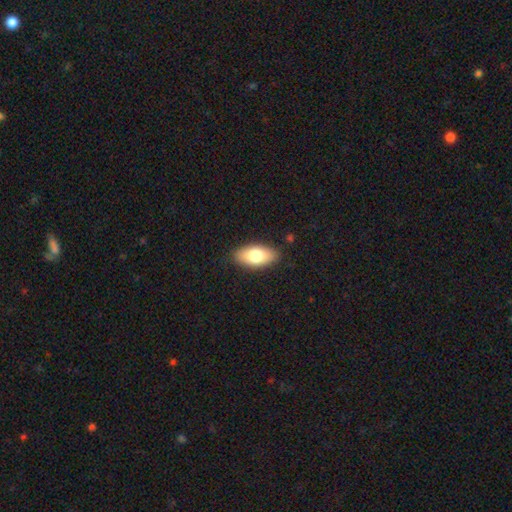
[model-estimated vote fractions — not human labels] A smooth galaxy with no disk features (76%) that is in between round and cigar-shaped (91%).

Vote fractions:
- Smooth or featured? smooth: 76% / featured or disk: 17% / star or artifact: 6%
- How rounded? in between: 91% / cigar-shaped: 6% / round: 3%
- Merging? none: 87% / minor disturbance: 10% / major disturbance: 2% / merger: 1%